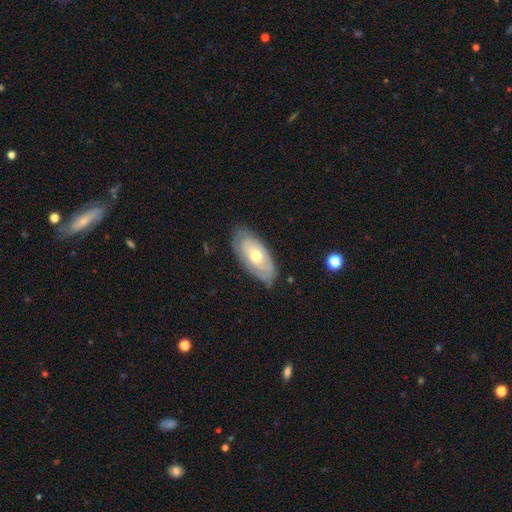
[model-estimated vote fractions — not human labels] Overall: featured or disk (59%; smooth 35%). Edge-on disk: no (87%). Bar: no (82%). Spiral arms: yes (58%; no 42%). Bulge size: moderate (66%; small 28%). Merging: none (75%).